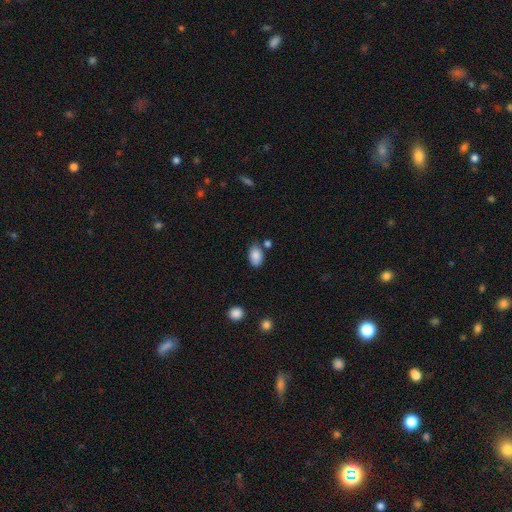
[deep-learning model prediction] This appears to be a smooth galaxy with no disk features (86%) that is in between round and cigar-shaped (88%). Merging: none (68%).